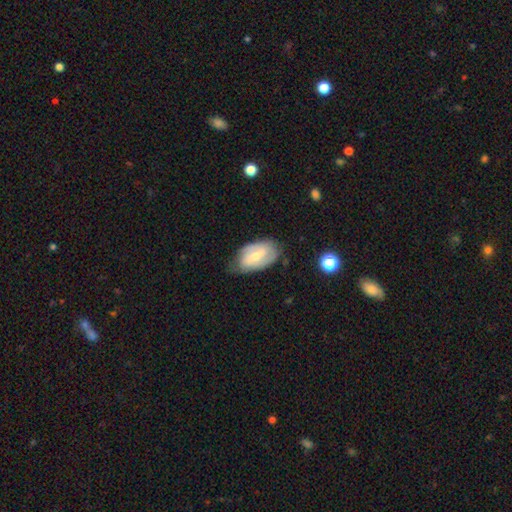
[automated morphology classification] type=featured or disk (63%); edge-on=no (95%); bar=weak (48%); spiral arms=yes (85%); winding=medium (42%); arm count=2 (62%); bulge=small (54%); merging=none (64%).